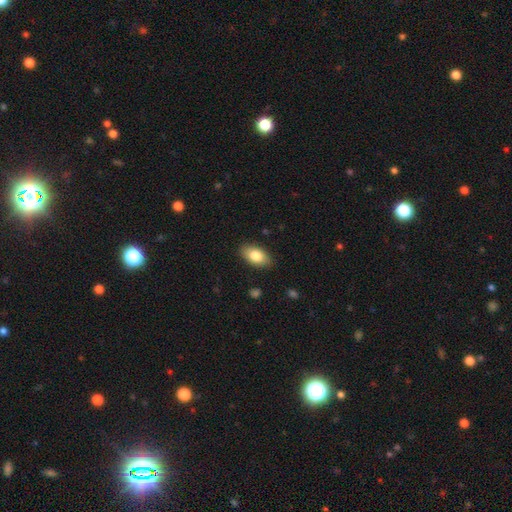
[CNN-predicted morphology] A smooth galaxy with no disk features (83%) that is in between round and cigar-shaped (92%). Merging: none (86%).